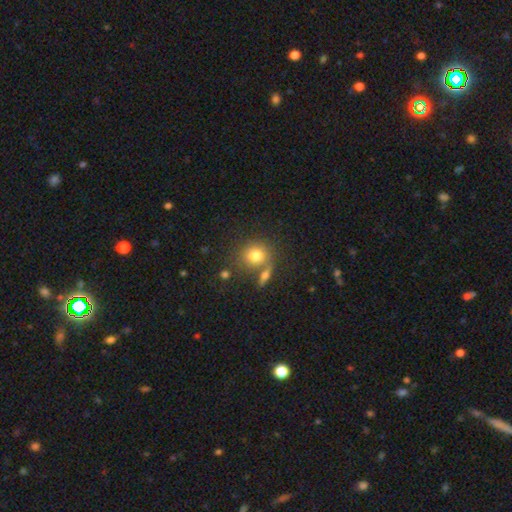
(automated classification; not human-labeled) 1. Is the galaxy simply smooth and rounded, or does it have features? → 77% smooth, 12% featured or disk, 11% star or artifact.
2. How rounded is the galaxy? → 80% round, 19% in between, 1% cigar-shaped.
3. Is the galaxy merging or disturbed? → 58% none, 25% merger, 11% minor disturbance, 5% major disturbance.